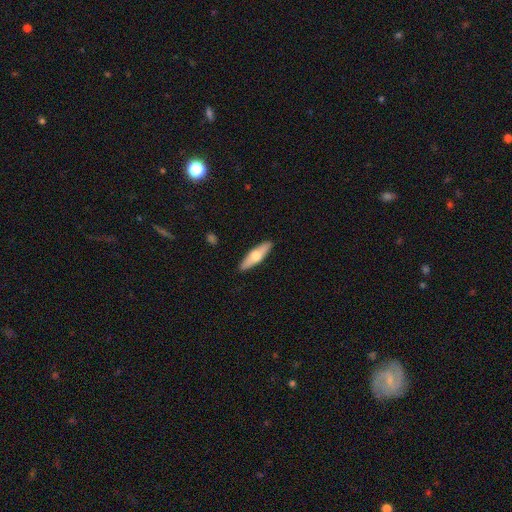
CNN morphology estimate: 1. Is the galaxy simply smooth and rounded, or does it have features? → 54% smooth, 40% featured or disk, 5% star or artifact.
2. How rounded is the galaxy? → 58% cigar-shaped, 40% in between, 2% round.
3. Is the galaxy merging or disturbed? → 90% none, 8% minor disturbance, 2% major disturbance, 1% merger.